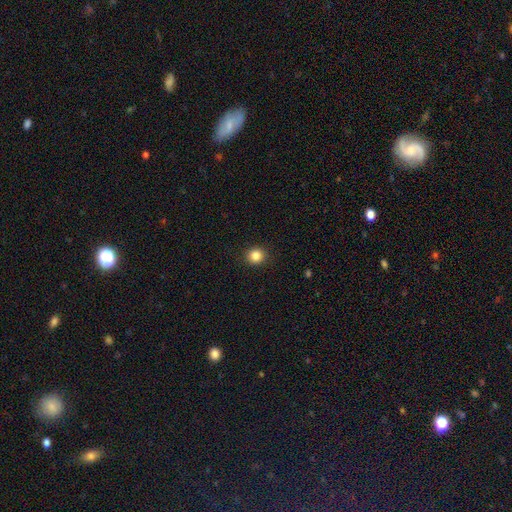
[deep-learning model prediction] A smooth galaxy with no disk features (85%) that is round (88%).

Vote fractions:
- Smooth or featured? smooth: 85% / star or artifact: 11% / featured or disk: 4%
- How rounded? round: 88% / in between: 11% / cigar-shaped: 1%
- Merging? none: 91% / minor disturbance: 6% / major disturbance: 2% / merger: 1%